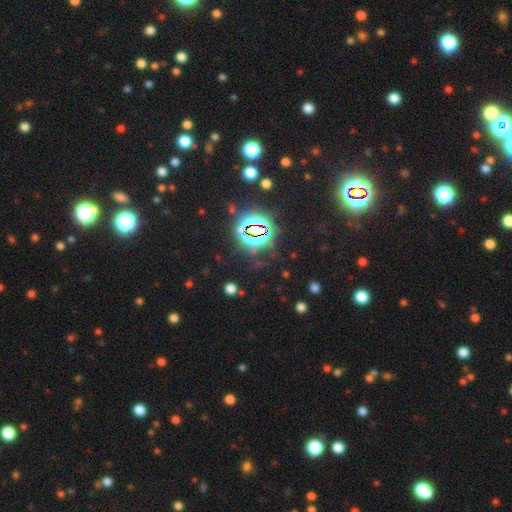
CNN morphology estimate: Q: Smooth or featured?
A: star or artifact (80%); runner-up: smooth (12%)